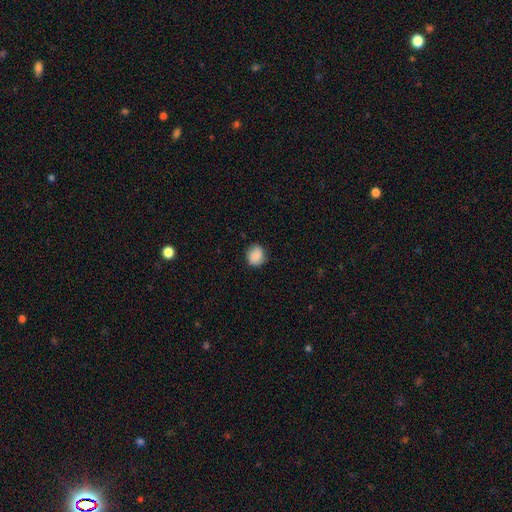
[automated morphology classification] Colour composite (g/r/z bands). It shows a smooth galaxy with no disk features (84%) that is round (76%). Merging: none (77%).